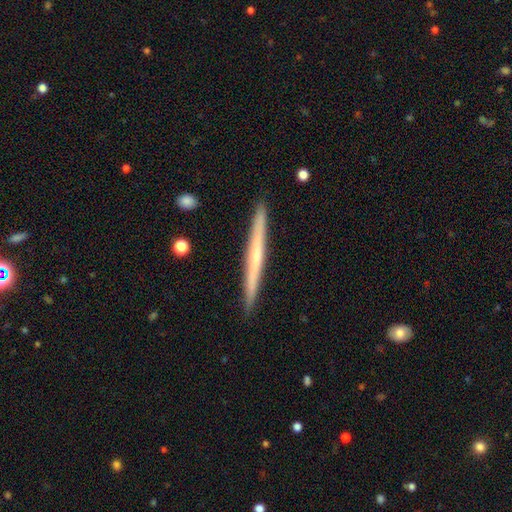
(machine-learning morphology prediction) This appears to be a featured or disk galaxy (57%) viewed edge-on (98%) with no central bulge (65%). Merging: none (92%).